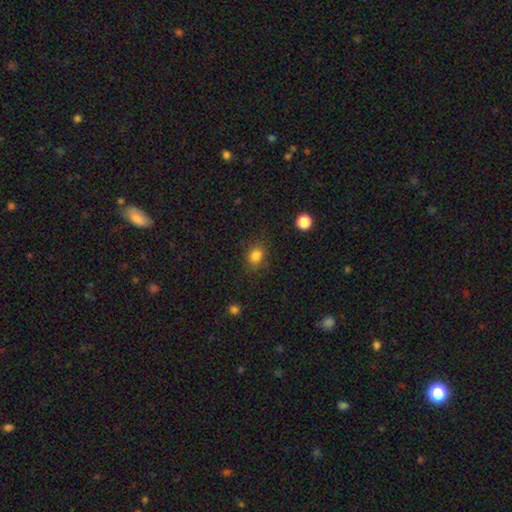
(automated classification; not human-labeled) Overall: smooth (83%). How rounded: round (57%; in between 42%). Merging: none (81%).